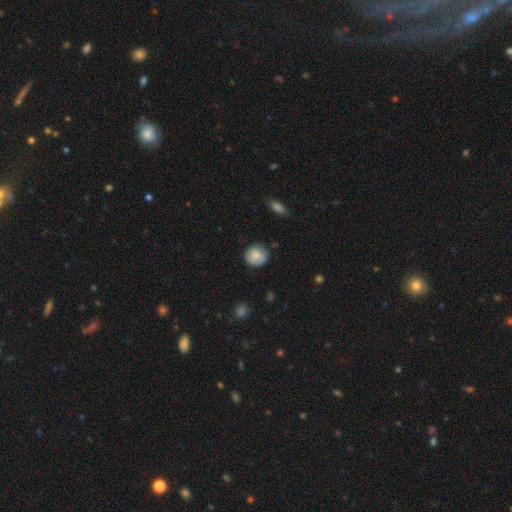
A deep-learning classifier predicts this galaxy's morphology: smooth_or_featured: smooth (p=0.84) [alt: featured or disk p=0.09]
how_rounded: round (p=0.88) [alt: in between p=0.11]
merging: none (p=0.80) [alt: minor disturbance p=0.16]